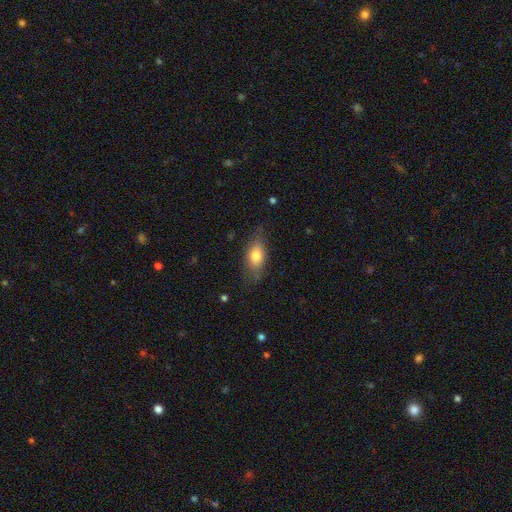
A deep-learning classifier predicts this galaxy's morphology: Smooth or featured? smooth (74%)
How rounded? in between (82%)
Merging? none (73%)